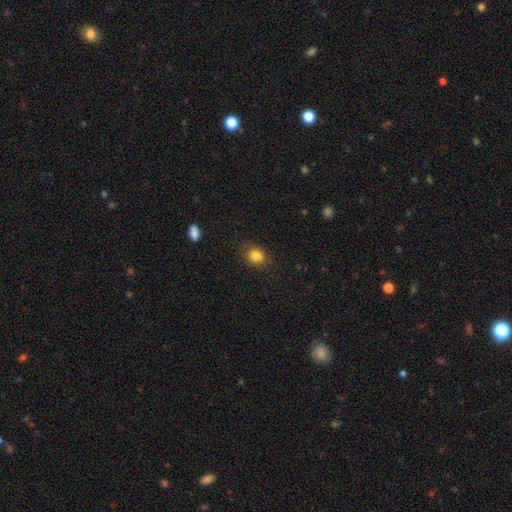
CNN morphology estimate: type=smooth (84%); roundness=round (63%); merging=none (78%).